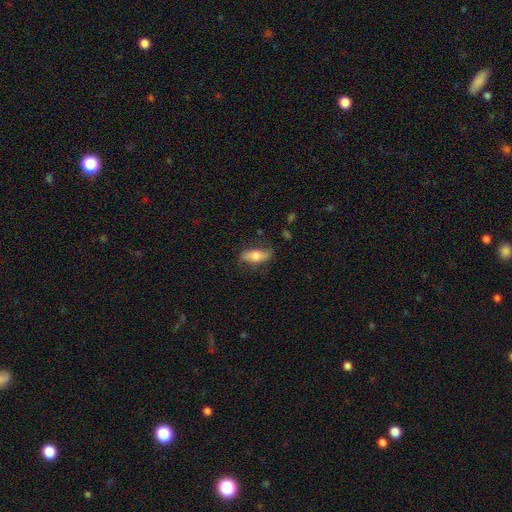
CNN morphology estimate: Smooth or featured? Predicted: smooth (p=0.58). How rounded? Predicted: in between (p=0.72). Merging? Predicted: none (p=0.73).